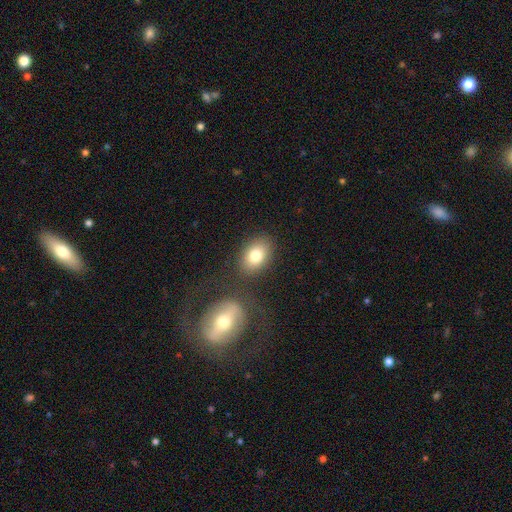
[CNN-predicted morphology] Smooth or featured? Predicted: smooth (p=0.80). How rounded? Predicted: in between (p=0.80). Merging? Predicted: none (p=0.77).